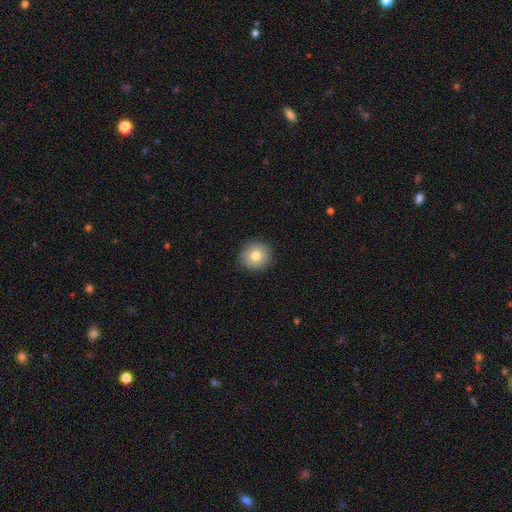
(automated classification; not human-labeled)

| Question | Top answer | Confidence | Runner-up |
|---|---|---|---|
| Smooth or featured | smooth | 79% | featured or disk (12%) |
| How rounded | round | 92% | in between (7%) |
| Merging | none | 91% | minor disturbance (7%) |